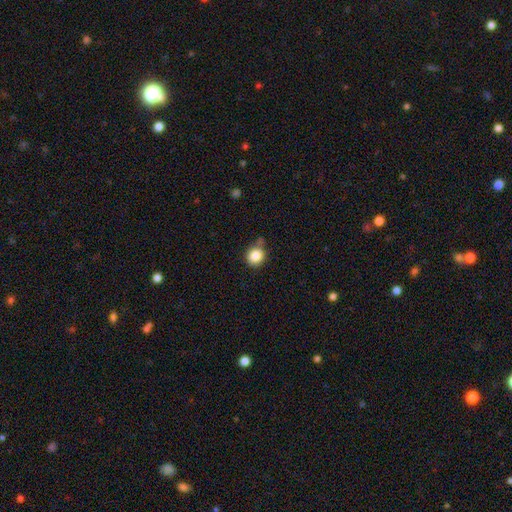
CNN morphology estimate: Smooth or featured?
  - smooth: 86% *
  - star or artifact: 10%
  - featured or disk: 4%
How rounded?
  - round: 84% *
  - in between: 15%
  - cigar-shaped: 1%
Merging?
  - none: 72% *
  - minor disturbance: 17%
  - merger: 7%
  - major disturbance: 4%